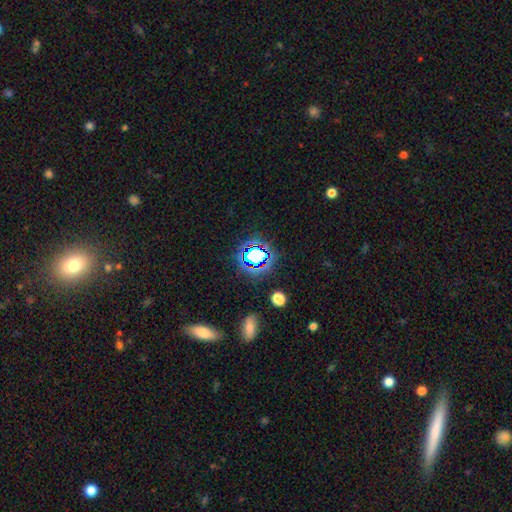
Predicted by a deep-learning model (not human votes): This appears to be a star or artifact, not a galaxy (61%).